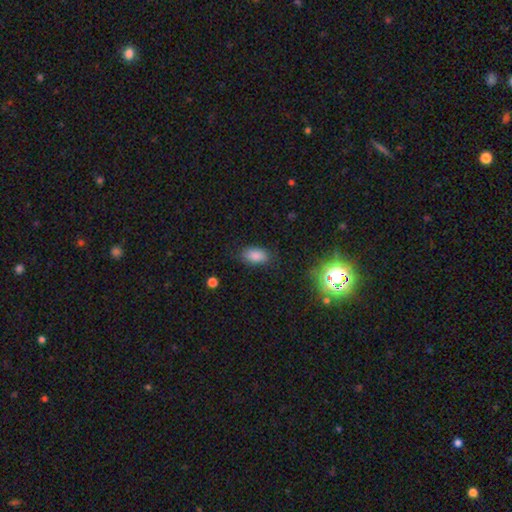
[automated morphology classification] smooth-or-featured: smooth: 84% | star or artifact: 11% | featured or disk: 5%
  how-rounded: in between: 91% | round: 5% | cigar-shaped: 3%
  merging: none: 82% | minor disturbance: 13% | major disturbance: 4% | merger: 1%